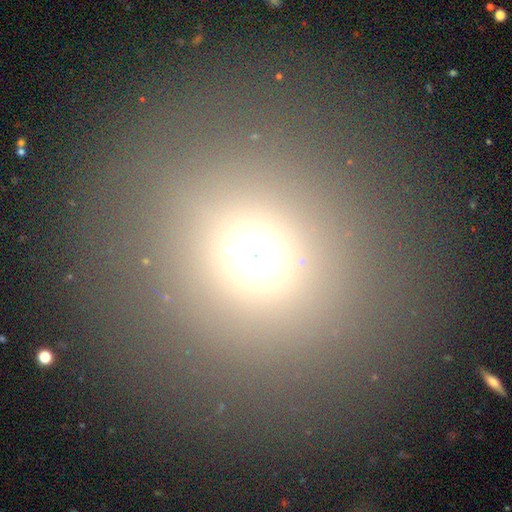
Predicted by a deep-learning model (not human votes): This appears to be a smooth galaxy with no disk features (66%) that is round (86%). Merging: none (83%).